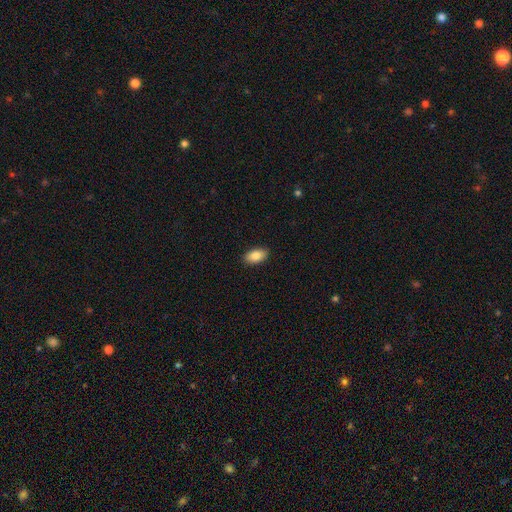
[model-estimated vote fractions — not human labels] smooth_or_featured: smooth (p=0.85) [alt: featured or disk p=0.08]
how_rounded: in between (p=0.93) [alt: round p=0.04]
merging: none (p=0.90) [alt: minor disturbance p=0.08]